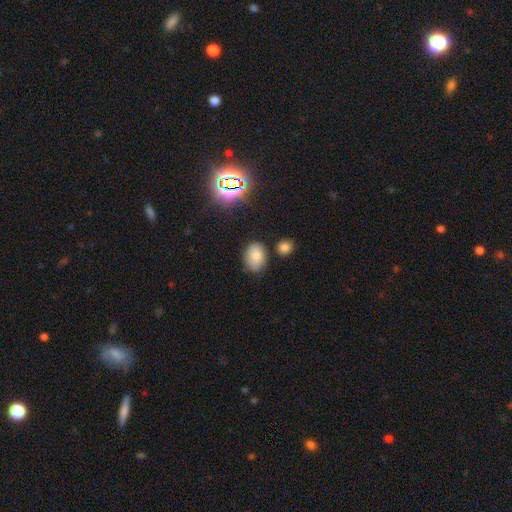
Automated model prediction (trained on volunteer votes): smooth_or_featured: smooth (p=0.77) [alt: star or artifact p=0.13]
how_rounded: in between (p=0.71) [alt: round p=0.28]
merging: none (p=0.73) [alt: minor disturbance p=0.17]